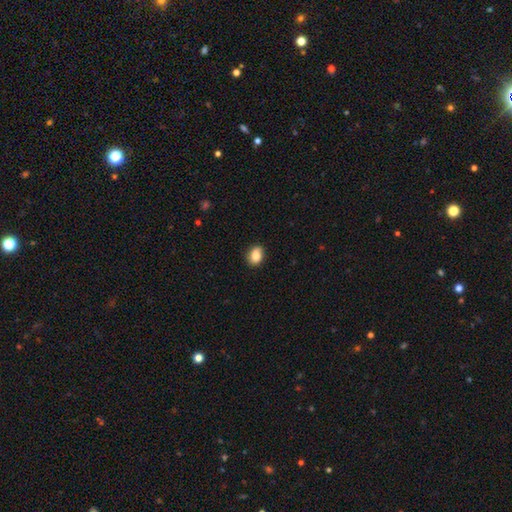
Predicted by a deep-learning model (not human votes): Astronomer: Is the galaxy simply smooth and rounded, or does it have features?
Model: smooth — 83%.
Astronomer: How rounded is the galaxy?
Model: in between — 60% (runner-up: round, 39%).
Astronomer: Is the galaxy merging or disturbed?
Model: none — 85%.